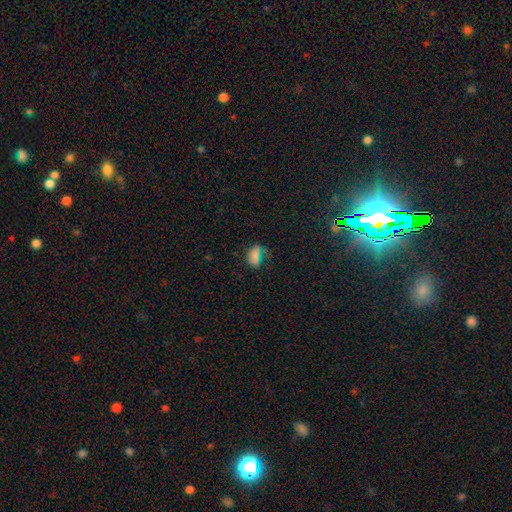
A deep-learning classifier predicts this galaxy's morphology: smooth_or_featured: smooth (p=0.67) [alt: star or artifact p=0.25]
how_rounded: in between (p=0.87) [alt: round p=0.09]
merging: none (p=0.55) [alt: minor disturbance p=0.25]